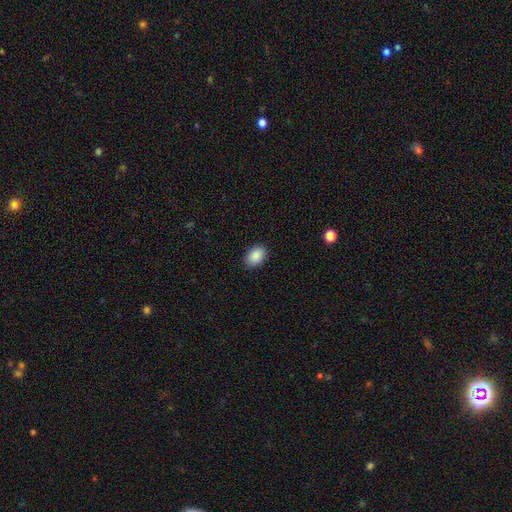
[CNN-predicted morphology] type=smooth (89%); roundness=in between (84%); merging=none (89%).